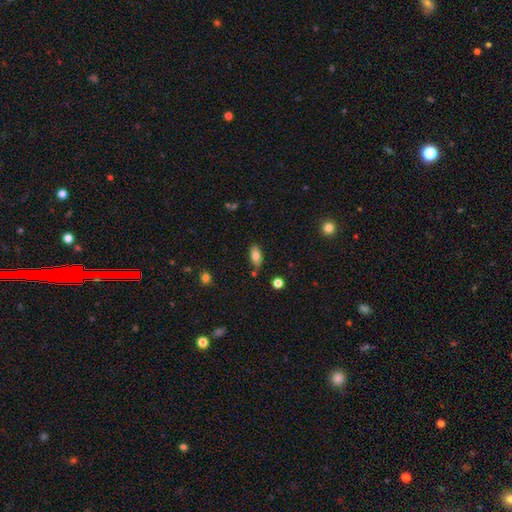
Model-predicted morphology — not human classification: This is likely a smooth galaxy (80%). How rounded: clearly in between (84%). Merging: likely none (75%).